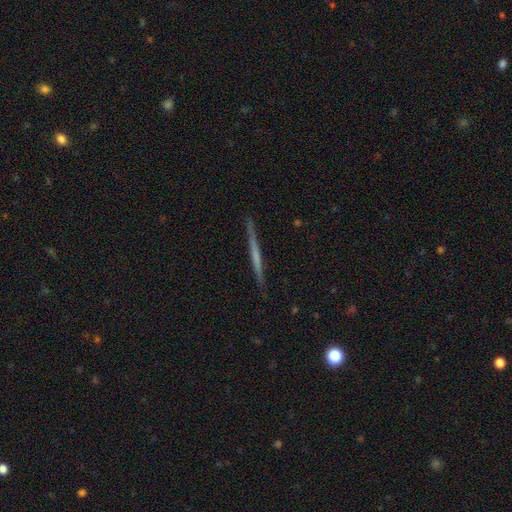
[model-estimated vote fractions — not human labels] Q: Smooth or featured?
A: featured or disk (57%); runner-up: smooth (37%)
Q: Edge-on disk?
A: yes (98%); runner-up: no (2%)
Q: Edge-on bulge?
A: none (82%); runner-up: rounded (11%)
Q: Merging?
A: none (91%); runner-up: minor disturbance (7%)